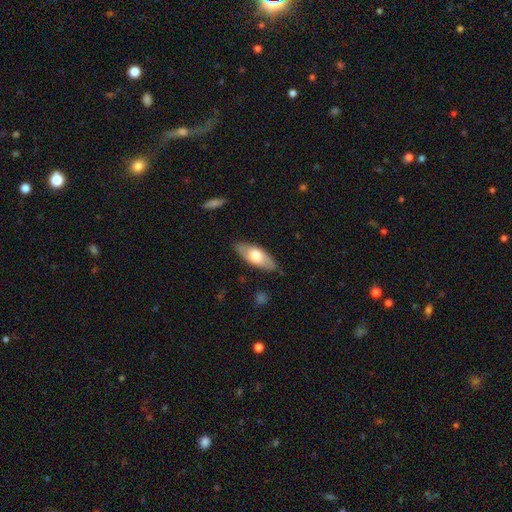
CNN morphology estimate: The model was most divided on "smooth or featured": smooth: 62%, featured or disk: 32%, star or artifact: 6%. More confident: merging — none (85%); how rounded — in between (77%).